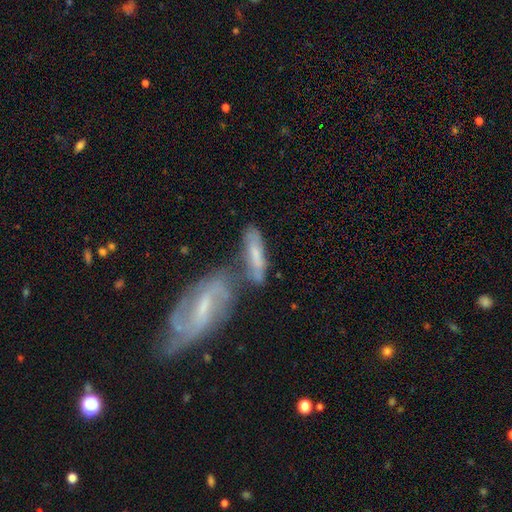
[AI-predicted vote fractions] This appears to be a smooth galaxy with no disk features (49%). Merging: merger (49%).